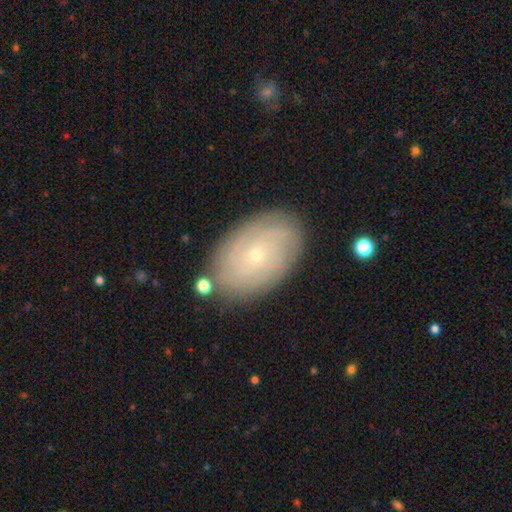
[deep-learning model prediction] featured or disk 70%, smooth 23%, star or artifact 8%. Down the decision tree: edge-on disk — no (95%); bar — no (83%); spiral arms — yes (86%); spiral arm count — can't tell (49%); spiral winding — tight (76%); bulge size — small (82%); merging — none (83%).